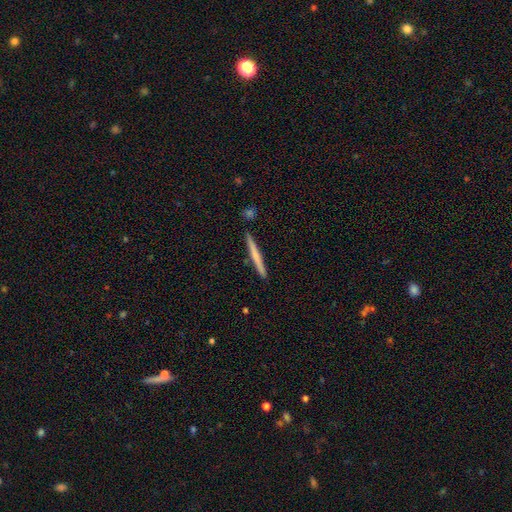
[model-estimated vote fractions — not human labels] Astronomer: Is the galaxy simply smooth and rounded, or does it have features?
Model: smooth — 59% (runner-up: featured or disk, 35%).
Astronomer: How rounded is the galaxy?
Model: cigar-shaped — 97%.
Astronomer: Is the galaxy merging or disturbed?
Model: none — 90%.